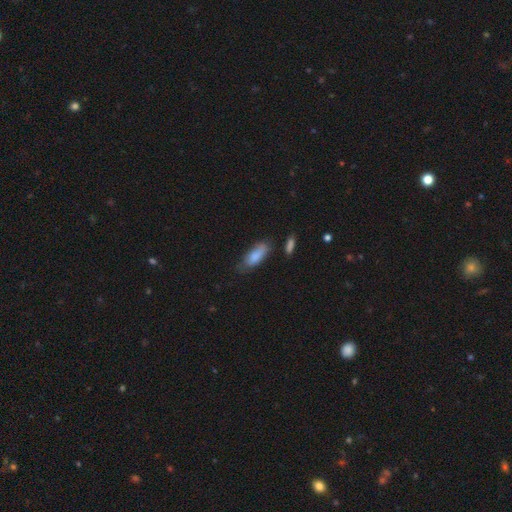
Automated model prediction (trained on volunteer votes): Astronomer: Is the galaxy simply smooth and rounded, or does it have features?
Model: smooth — 82%.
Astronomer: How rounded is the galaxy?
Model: in between — 69%.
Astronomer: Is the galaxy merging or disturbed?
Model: none — 58%.